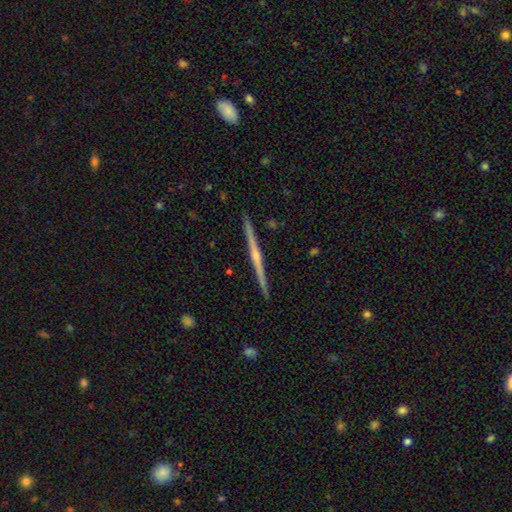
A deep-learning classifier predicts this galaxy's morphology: Q: Smooth or featured?
A: featured or disk (77%); runner-up: smooth (16%)
Q: Edge-on disk?
A: yes (98%); runner-up: no (2%)
Q: Edge-on bulge?
A: rounded (65%); runner-up: none (27%)
Q: Merging?
A: none (91%); runner-up: minor disturbance (6%)